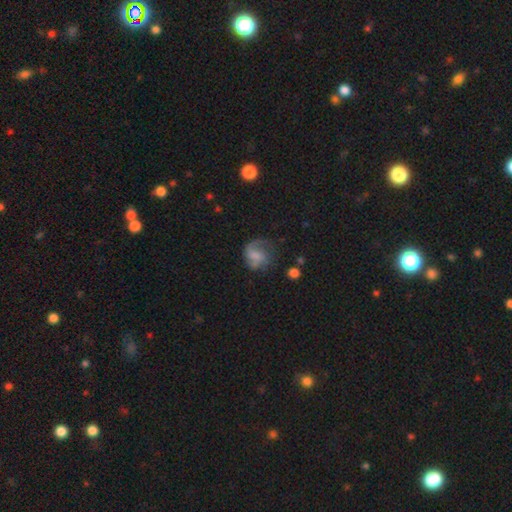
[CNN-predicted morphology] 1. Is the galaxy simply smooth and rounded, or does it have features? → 54% featured or disk, 37% smooth, 9% star or artifact.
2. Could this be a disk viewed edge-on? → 98% no, 2% yes.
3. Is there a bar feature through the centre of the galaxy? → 52% no, 38% weak, 9% strong.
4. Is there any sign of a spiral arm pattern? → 82% yes, 18% no.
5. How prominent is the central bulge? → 43% none, 25% small, 22% moderate, 8% large, 2% dominant.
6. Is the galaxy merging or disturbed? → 44% none, 30% major disturbance, 23% minor disturbance, 3% merger.